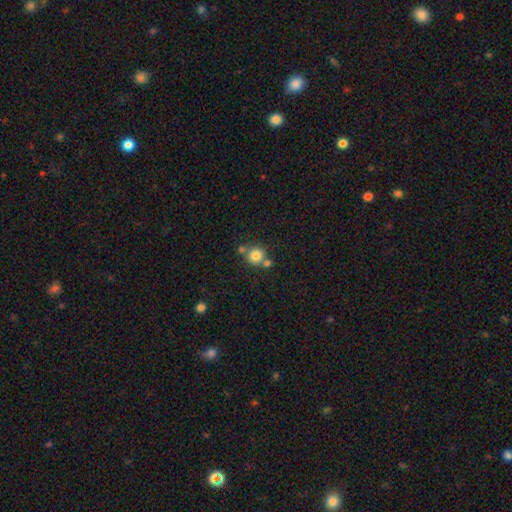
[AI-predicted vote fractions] This is clearly a smooth galaxy (81%). How rounded: clearly round (90%). Merging: likely none (64%).